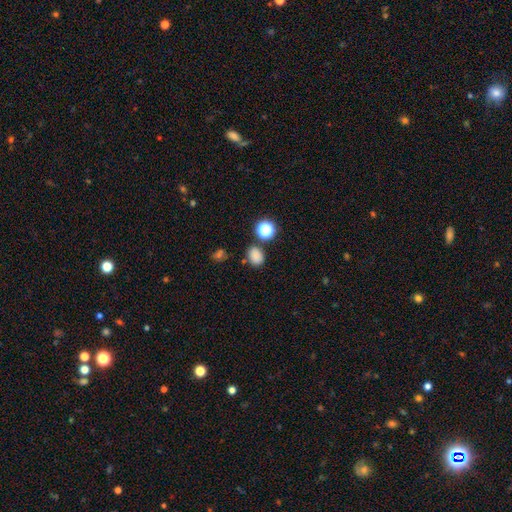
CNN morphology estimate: This appears to be a smooth galaxy with no disk features (79%) that is in between round and cigar-shaped (58%). Merging: none (76%).